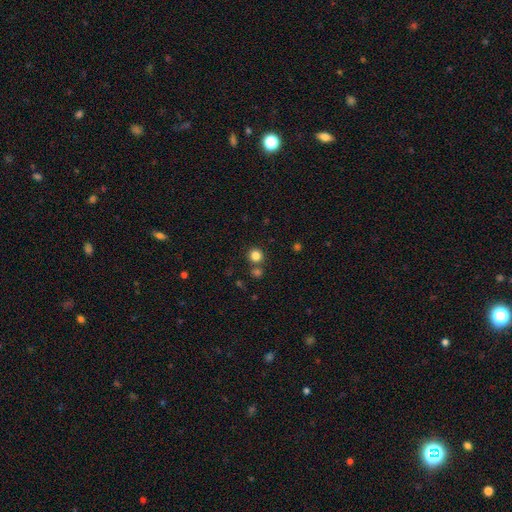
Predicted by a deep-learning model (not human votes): Smooth or featured: smooth — 83% (star or artifact — 12%)
How rounded: round — 93% (in between — 7%)
Merging: none — 75% (merger — 15%)